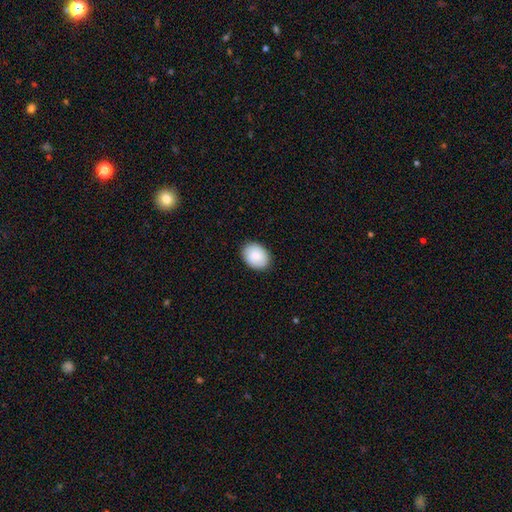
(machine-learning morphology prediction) Q: Smooth or featured?
A: smooth (85%); runner-up: featured or disk (9%)
Q: How rounded?
A: in between (66%); runner-up: round (33%)
Q: Merging?
A: none (87%); runner-up: minor disturbance (10%)